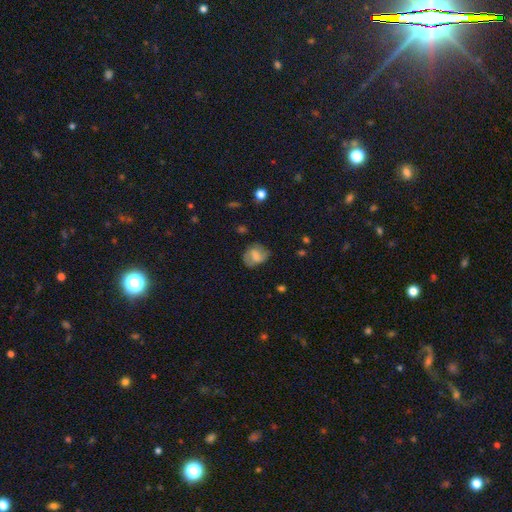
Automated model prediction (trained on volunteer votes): smooth-or-featured: smooth: 52% | featured or disk: 39% | star or artifact: 9%
  how-rounded: in between: 51% | round: 48% | cigar-shaped: 2%
  merging: none: 63% | minor disturbance: 24% | major disturbance: 11% | merger: 2%